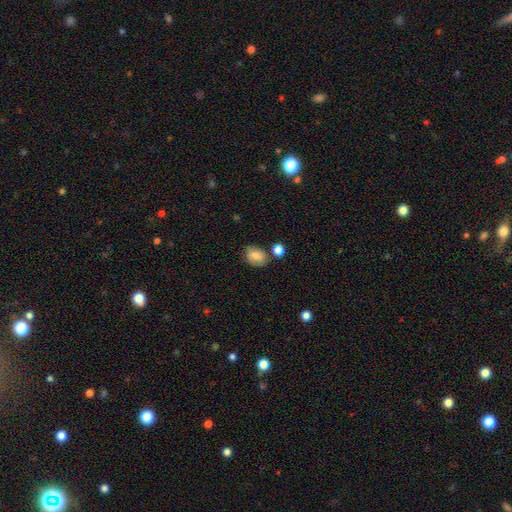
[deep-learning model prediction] Smooth or featured: smooth — 78% (featured or disk — 14%)
How rounded: in between — 65% (round — 34%)
Merging: none — 70% (minor disturbance — 16%)